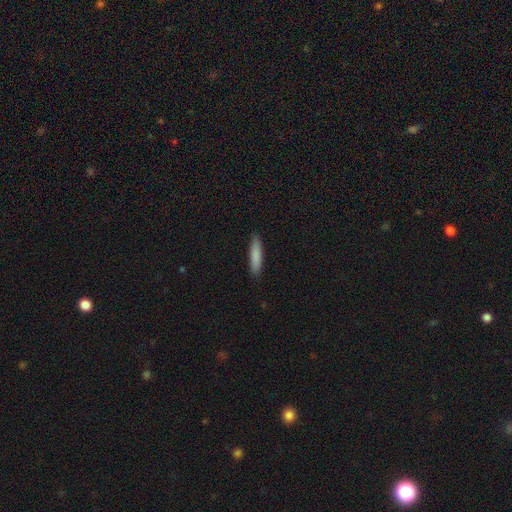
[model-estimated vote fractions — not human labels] Smooth or featured? smooth (85%)
How rounded? cigar-shaped (83%)
Merging? none (89%)